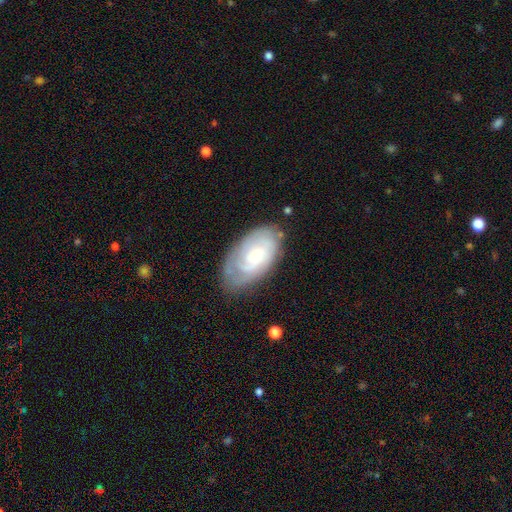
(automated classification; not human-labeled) This is likely a featured or disk galaxy (70%). It is clearly not viewed edge-on (95%). Bar: likely no (67%). Spiral arm pattern: clearly yes (88%). Spiral arm count: possibly can't tell (45%). Spiral winding: likely tight (66%). Central bulge: possibly small (52%). Merging: likely none (71%).